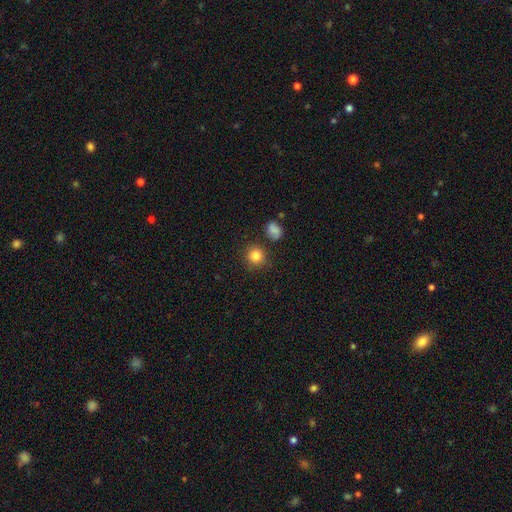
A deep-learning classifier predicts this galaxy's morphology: A smooth galaxy with no disk features (83%) that is round (92%). Merging: none (84%).